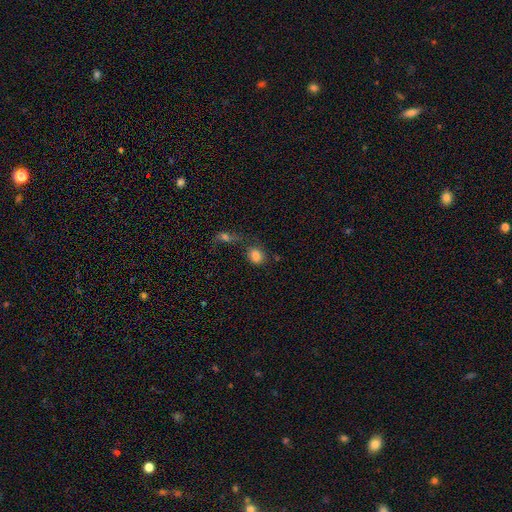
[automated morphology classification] Q: Smooth or featured?
A: smooth (83%); runner-up: star or artifact (10%)
Q: How rounded?
A: in between (52%); runner-up: round (46%)
Q: Merging?
A: none (55%); runner-up: merger (24%)